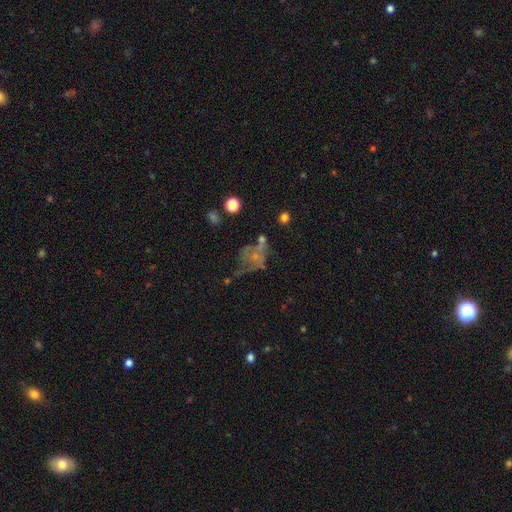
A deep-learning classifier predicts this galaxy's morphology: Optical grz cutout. It shows a featured or disk galaxy (47%). Merging: major disturbance (38%).